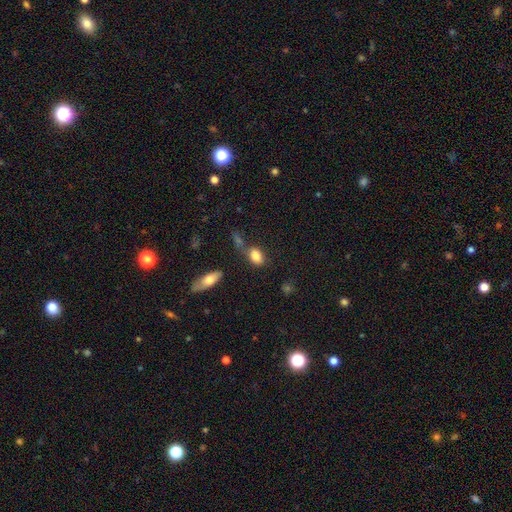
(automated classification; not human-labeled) Overall: smooth (81%). How rounded: in between (84%). Merging: none (56%; minor disturbance 18%).